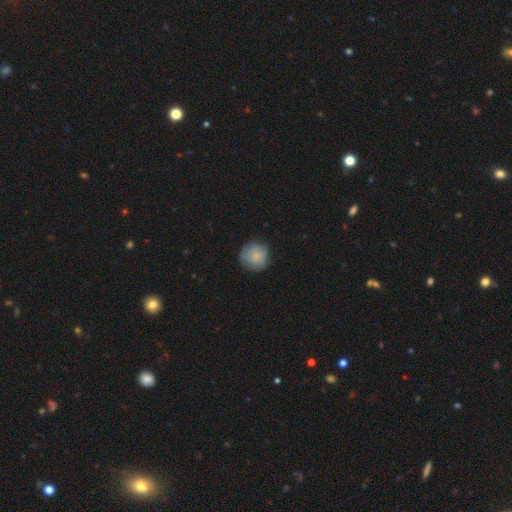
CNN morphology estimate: Q: Smooth or featured?
A: smooth (81%); runner-up: featured or disk (12%)
Q: How rounded?
A: round (93%); runner-up: in between (6%)
Q: Merging?
A: none (80%); runner-up: minor disturbance (15%)